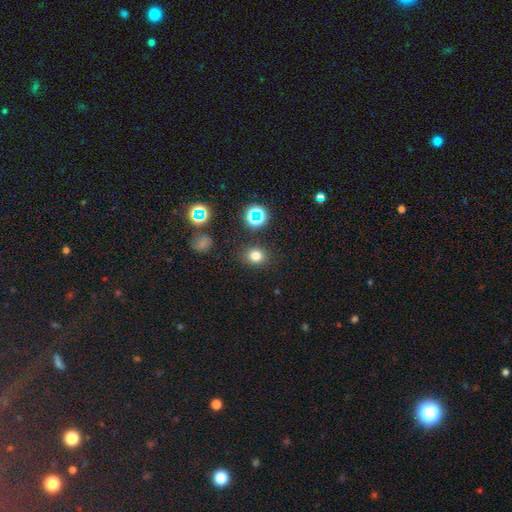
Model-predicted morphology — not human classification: Overall: smooth (75%). How rounded: round (74%). Merging: none (86%).